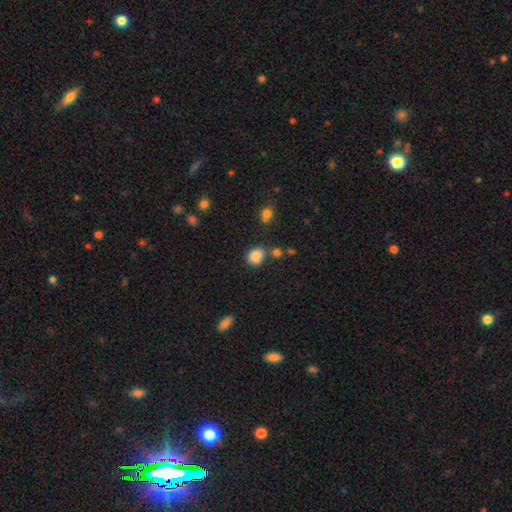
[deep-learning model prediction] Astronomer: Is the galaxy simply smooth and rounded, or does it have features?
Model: smooth — 83%.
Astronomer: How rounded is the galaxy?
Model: round — 54% (runner-up: in between, 45%).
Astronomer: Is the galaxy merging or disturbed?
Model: none — 58%.